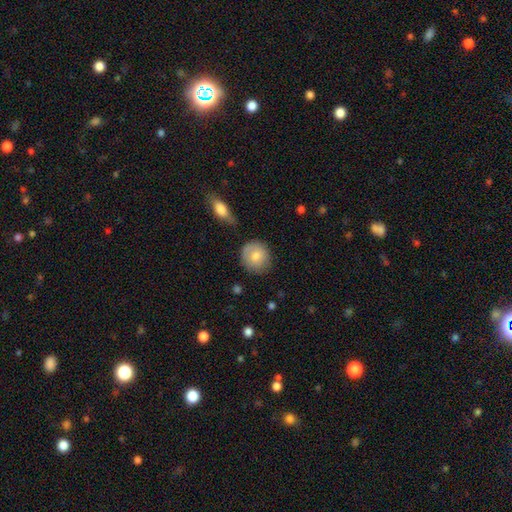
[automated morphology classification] type=smooth (77%); roundness=round (88%); merging=none (76%).